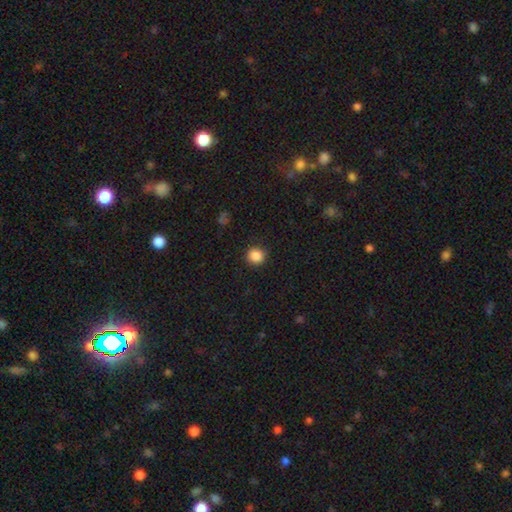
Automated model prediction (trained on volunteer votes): The model was most divided on "smooth or featured": smooth: 87%, star or artifact: 10%, featured or disk: 3%. More confident: how rounded — round (92%); merging — none (90%).